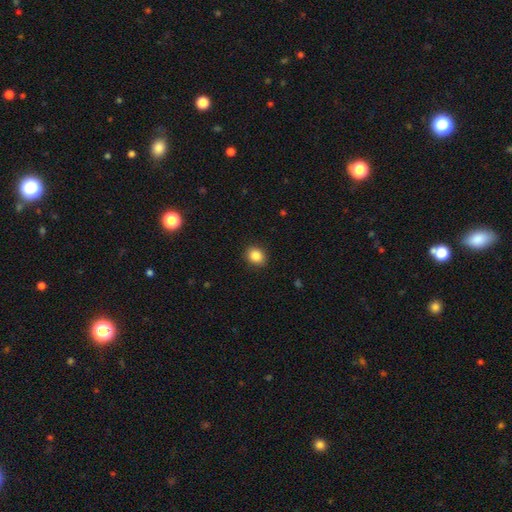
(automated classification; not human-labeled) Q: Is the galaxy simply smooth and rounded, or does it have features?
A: smooth — 86%.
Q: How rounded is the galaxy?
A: round — 61%.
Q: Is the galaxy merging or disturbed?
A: none — 90%.